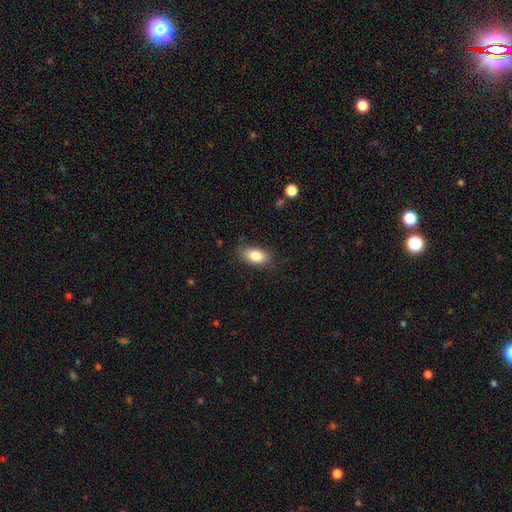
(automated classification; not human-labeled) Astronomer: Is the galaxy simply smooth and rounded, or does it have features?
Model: smooth — 83%.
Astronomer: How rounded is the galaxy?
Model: in between — 89%.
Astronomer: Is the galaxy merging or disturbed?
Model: none — 79%.